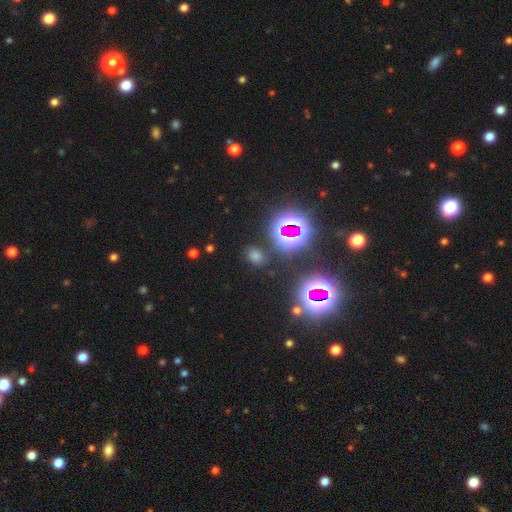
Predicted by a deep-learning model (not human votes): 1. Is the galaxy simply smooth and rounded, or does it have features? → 50% smooth, 42% star or artifact, 8% featured or disk.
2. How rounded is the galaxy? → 50% in between, 48% round, 2% cigar-shaped.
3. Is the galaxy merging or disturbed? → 82% none, 10% minor disturbance, 4% major disturbance, 4% merger.